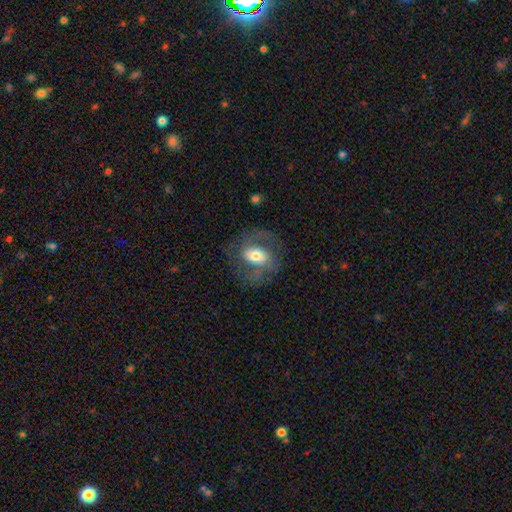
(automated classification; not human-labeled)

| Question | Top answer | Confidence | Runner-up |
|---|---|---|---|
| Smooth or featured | featured or disk | 63% | smooth (30%) |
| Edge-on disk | no | 96% | yes (4%) |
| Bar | no | 43% | weak (36%) |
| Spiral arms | yes | 77% | no (23%) |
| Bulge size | moderate | 56% | large (23%) |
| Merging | none | 69% | minor disturbance (16%) |